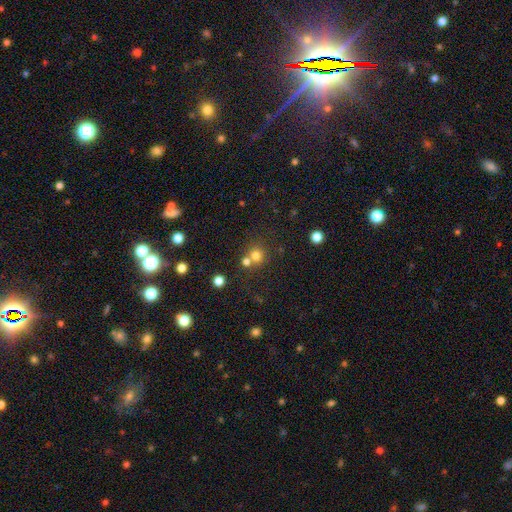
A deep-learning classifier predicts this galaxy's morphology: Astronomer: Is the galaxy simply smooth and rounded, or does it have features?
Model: smooth — 75%.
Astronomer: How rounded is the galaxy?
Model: round — 90%.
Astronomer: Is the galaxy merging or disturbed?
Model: none — 59%.